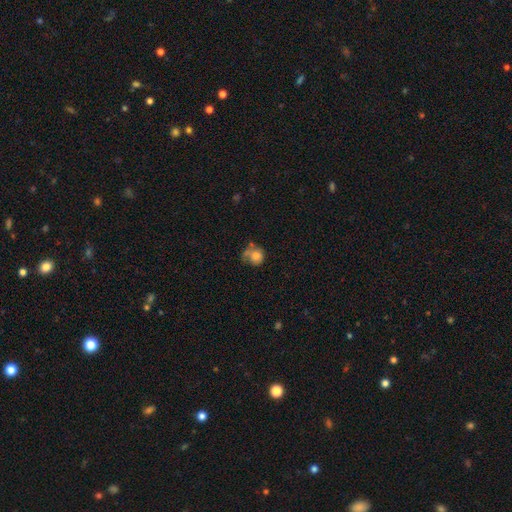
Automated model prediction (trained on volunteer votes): Smooth or featured? Predicted: smooth (p=0.69). How rounded? Predicted: round (p=0.78). Merging? Predicted: none (p=0.38).